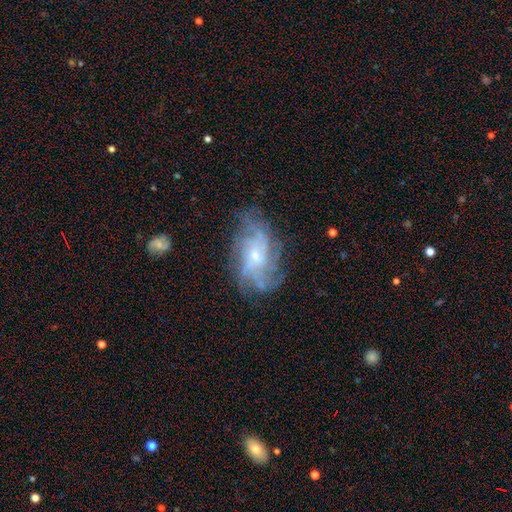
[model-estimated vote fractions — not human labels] Morphology: type=featured or disk (79%); edge-on=no (95%); bar=no (69%); spiral arms=yes (91%); winding=tight (39%, tied with medium); arm count=can't tell (38%); bulge=small (68%); merging=none (68%).